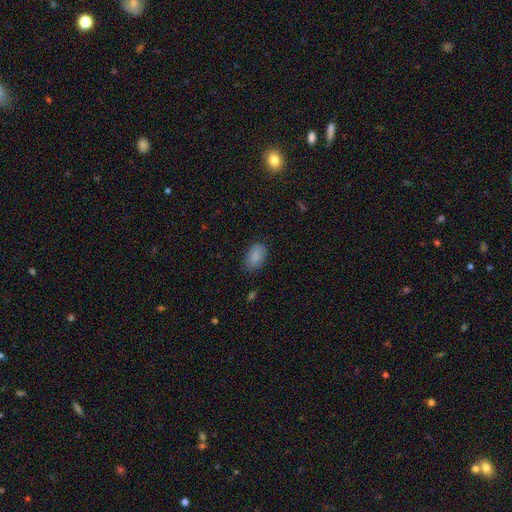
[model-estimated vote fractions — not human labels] A smooth galaxy with no disk features (87%) that is in between round and cigar-shaped (90%). Merging: none (80%).